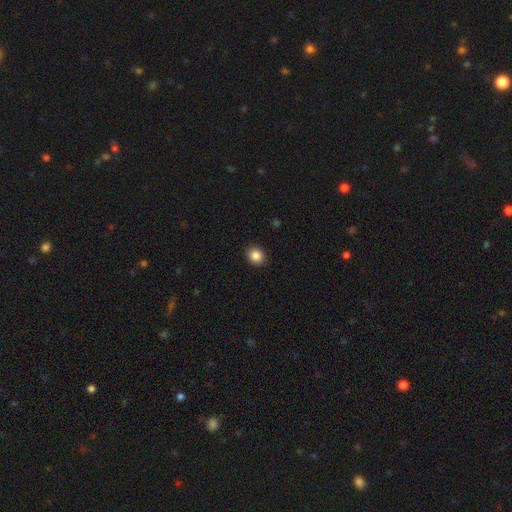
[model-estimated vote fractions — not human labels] Smooth or featured?
  - smooth: 86% *
  - star or artifact: 9%
  - featured or disk: 4%
How rounded?
  - round: 67% *
  - in between: 32%
  - cigar-shaped: 1%
Merging?
  - none: 91% *
  - minor disturbance: 6%
  - major disturbance: 2%
  - merger: 1%